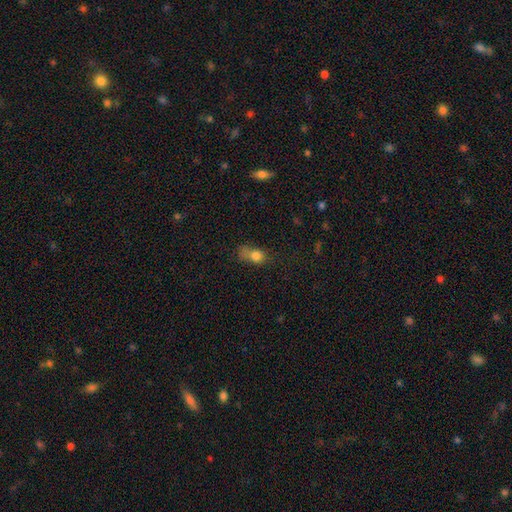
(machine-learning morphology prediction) Smooth or featured? Predicted: smooth (p=0.77). How rounded? Predicted: in between (p=0.51). Merging? Predicted: none (p=0.33).